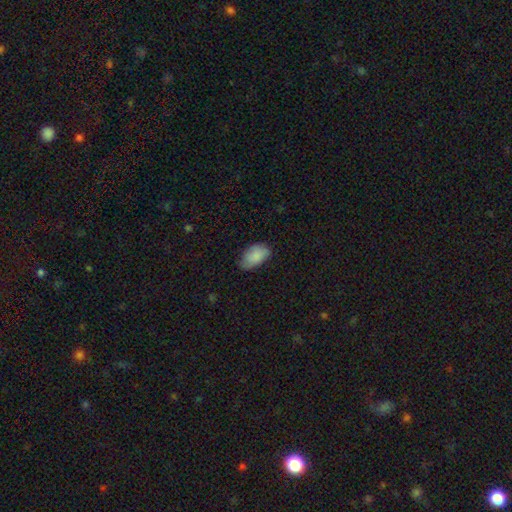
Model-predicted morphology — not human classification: type=smooth (86%); roundness=in between (93%); merging=none (67%).